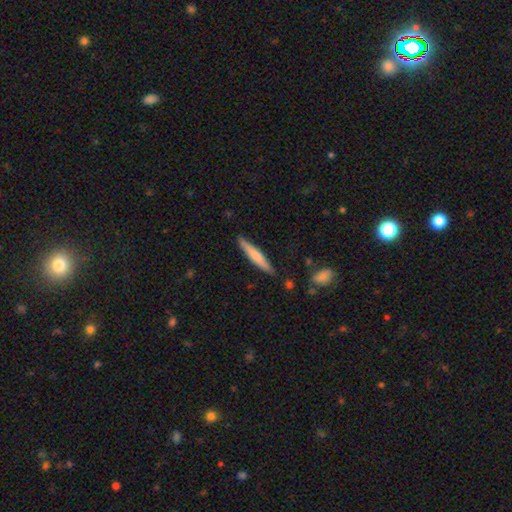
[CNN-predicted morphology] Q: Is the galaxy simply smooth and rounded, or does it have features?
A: smooth — 63%.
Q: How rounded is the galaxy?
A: cigar-shaped — 92%.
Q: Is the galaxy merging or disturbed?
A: none — 88%.